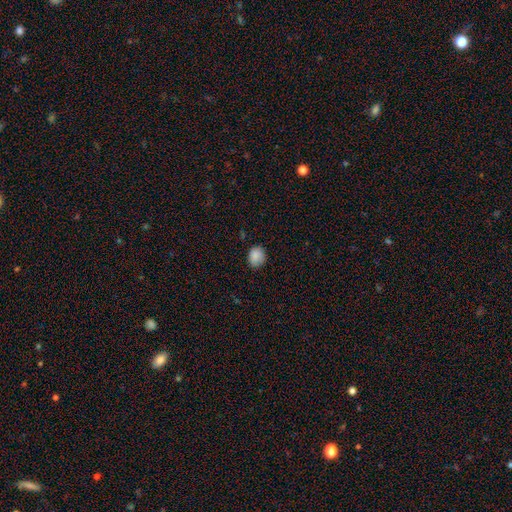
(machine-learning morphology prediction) type=smooth (87%); roundness=round (61%); merging=none (78%).